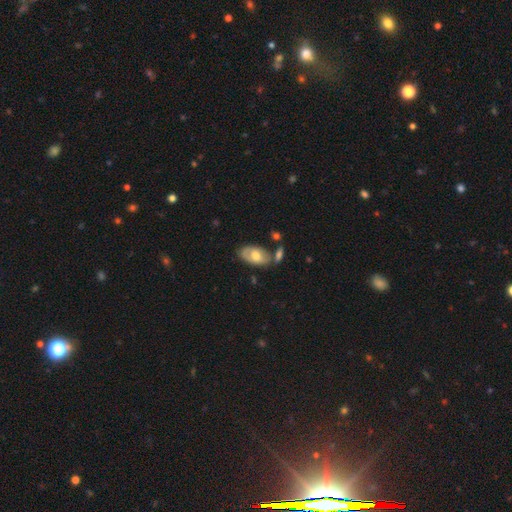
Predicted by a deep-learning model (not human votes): smooth-or-featured: smooth: 55% | featured or disk: 39% | star or artifact: 6%
  how-rounded: in between: 93% | round: 5% | cigar-shaped: 3%
  merging: none: 55% | minor disturbance: 22% | merger: 16% | major disturbance: 7%